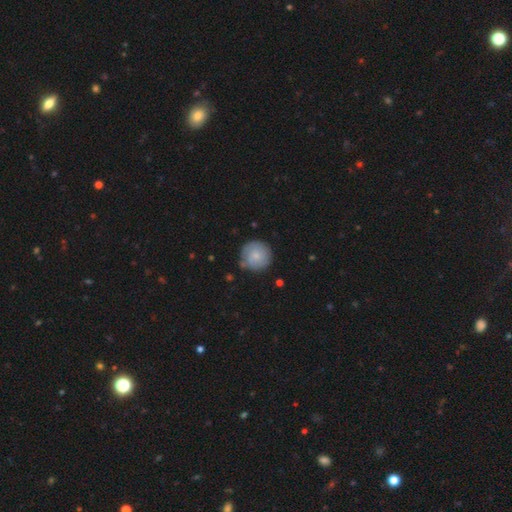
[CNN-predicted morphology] smooth-or-featured: smooth: 67% | featured or disk: 26% | star or artifact: 6%
  how-rounded: round: 95% | in between: 4% | cigar-shaped: 1%
  merging: none: 78% | minor disturbance: 16% | major disturbance: 4% | merger: 3%